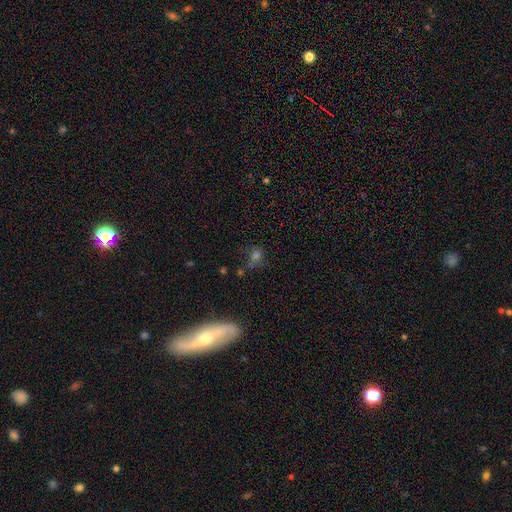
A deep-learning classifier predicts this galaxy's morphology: Overall: smooth (49%; star or artifact 28%). Merging: none (58%; minor disturbance 19%).